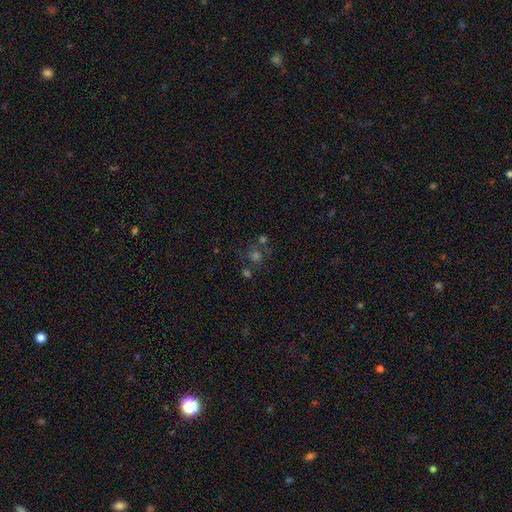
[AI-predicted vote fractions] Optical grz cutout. It shows a smooth galaxy with no disk features (40%). Merging: none (62%).